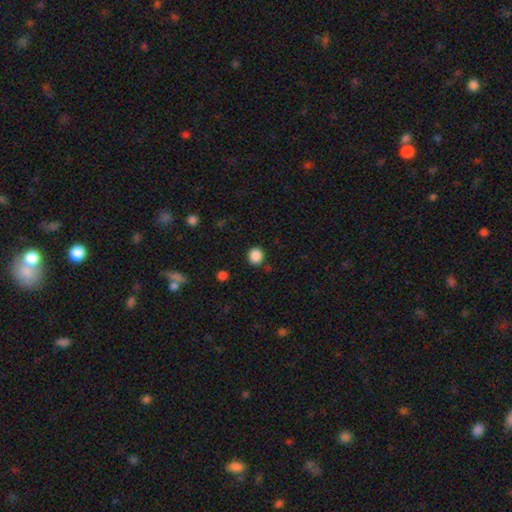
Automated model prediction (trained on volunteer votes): Q: Smooth or featured?
A: smooth (87%); runner-up: star or artifact (10%)
Q: How rounded?
A: round (83%); runner-up: in between (16%)
Q: Merging?
A: none (87%); runner-up: minor disturbance (8%)